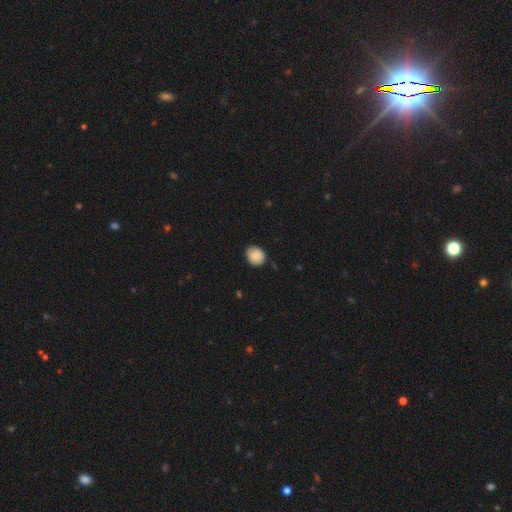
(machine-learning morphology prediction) Smooth or featured? smooth (87%)
How rounded? round (73%)
Merging? none (82%)